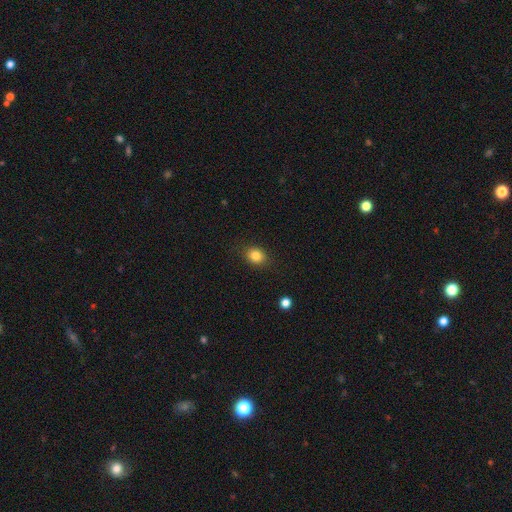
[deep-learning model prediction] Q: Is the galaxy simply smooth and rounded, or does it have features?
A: smooth — 83%.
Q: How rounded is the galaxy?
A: round — 61%.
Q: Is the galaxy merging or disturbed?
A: none — 87%.